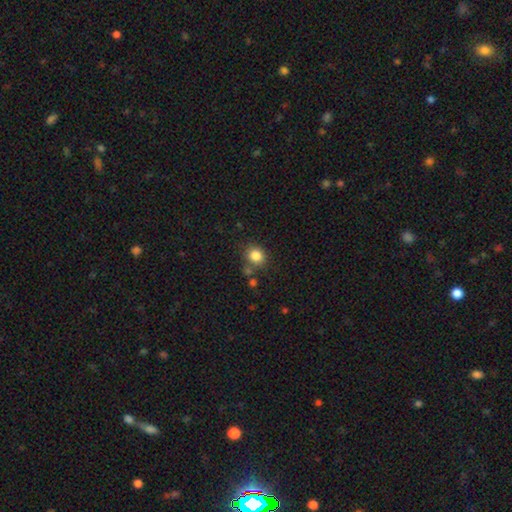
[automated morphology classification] smooth_or_featured: smooth (p=0.83) [alt: star or artifact p=0.11]
how_rounded: round (p=0.77) [alt: in between p=0.22]
merging: none (p=0.72) [alt: minor disturbance p=0.13]